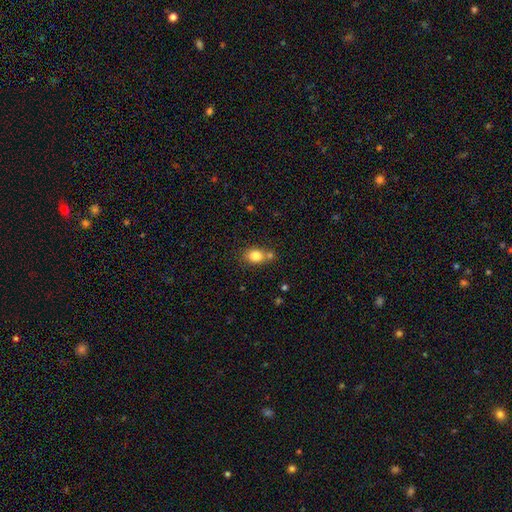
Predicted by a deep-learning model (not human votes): Smooth or featured? smooth (81%)
How rounded? in between (55%)
Merging? none (58%)